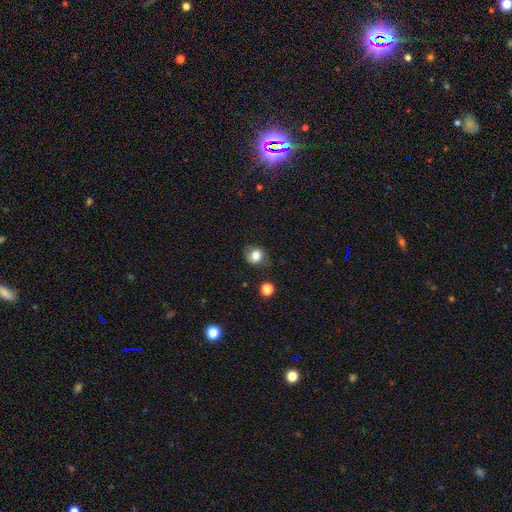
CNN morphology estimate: Q: Smooth or featured?
A: smooth (79%); runner-up: star or artifact (11%)
Q: How rounded?
A: round (74%); runner-up: in between (26%)
Q: Merging?
A: none (73%); runner-up: minor disturbance (19%)